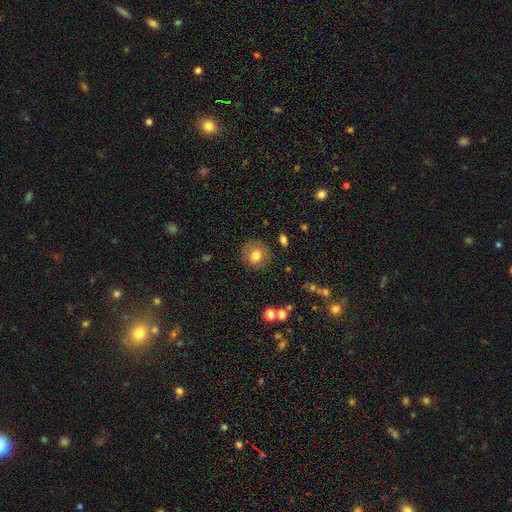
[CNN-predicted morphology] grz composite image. It shows a smooth galaxy with no disk features (78%) that is round (90%). Merging: none (86%).